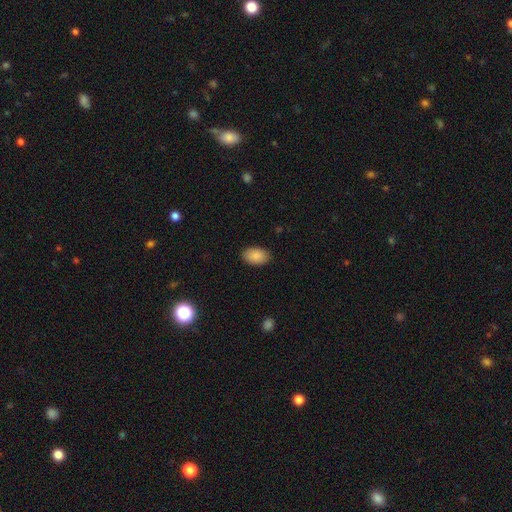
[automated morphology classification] The model was most divided on "merging": none: 86%, minor disturbance: 10%, major disturbance: 2%, merger: 1%. More confident: how rounded — in between (92%); smooth or featured — smooth (90%).